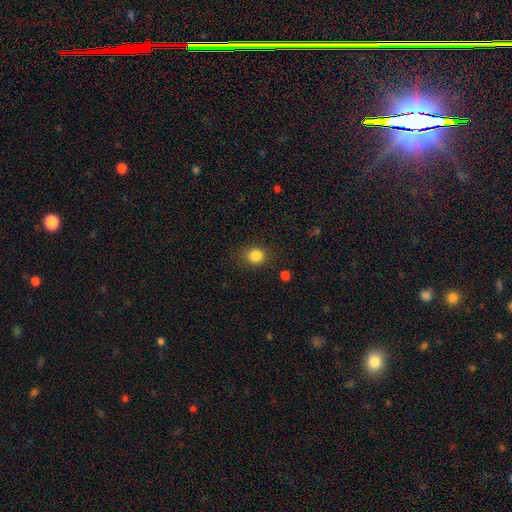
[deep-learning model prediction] Smooth or featured? smooth (85%)
How rounded? round (80%)
Merging? none (83%)